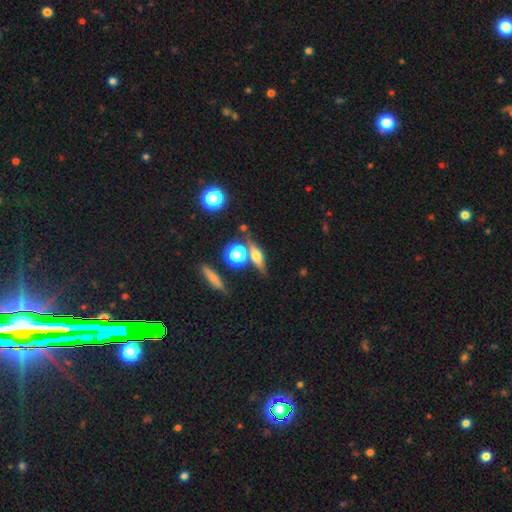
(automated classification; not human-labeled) smooth 44%, featured or disk 43%, star or artifact 13%. Down the decision tree: merging — none (69%).